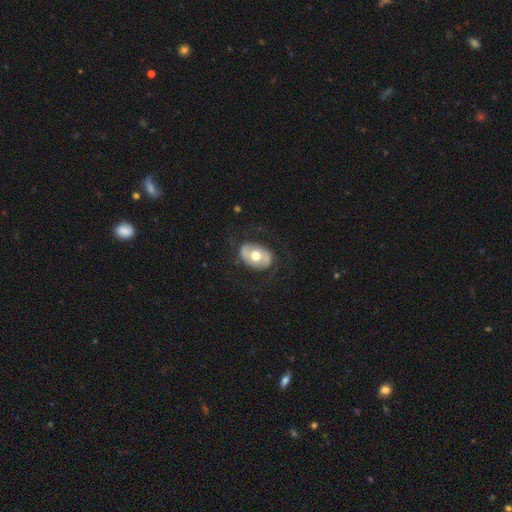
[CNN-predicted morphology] type=featured or disk (55%); edge-on=no (94%); bar=no (59%); spiral arms=no (52%); bulge=moderate (71%); merging=none (74%).